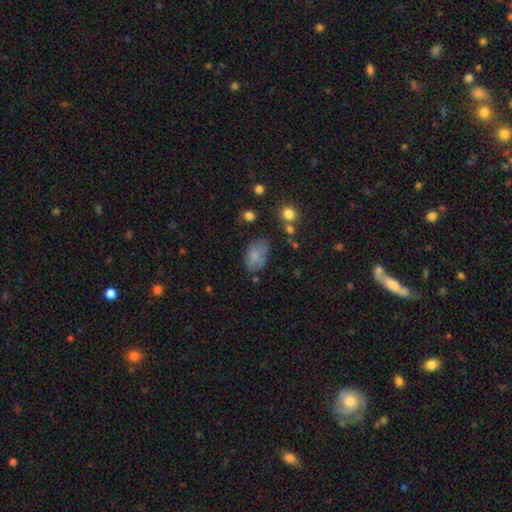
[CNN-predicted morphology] This appears to be a smooth galaxy with no disk features (76%) that is in between round and cigar-shaped (85%). Merging: none (58%).